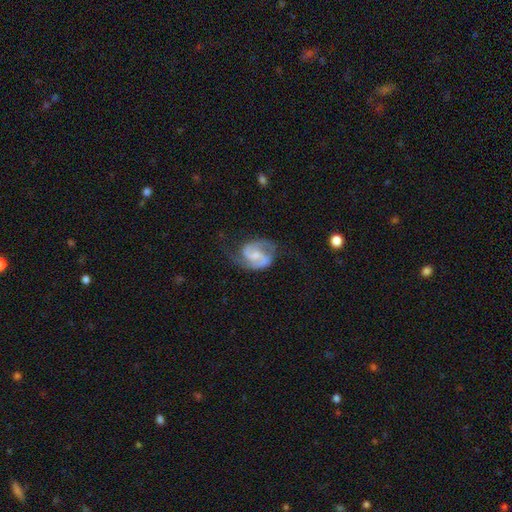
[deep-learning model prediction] A featured or disk galaxy (85%) with a weak bar (52%), 2 (90%) medium (55%) spiral arms (96%) and a small central bulge (39%). Merging: none (62%).